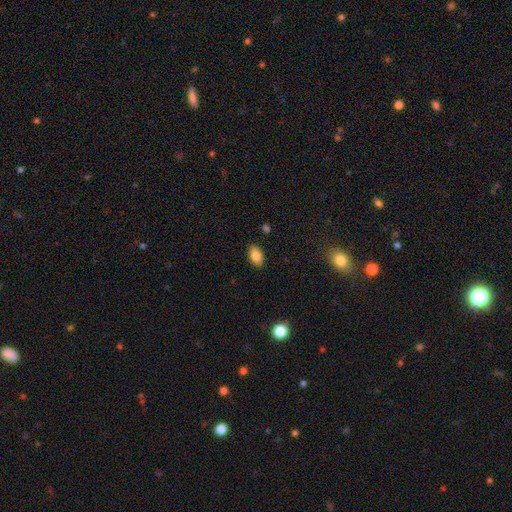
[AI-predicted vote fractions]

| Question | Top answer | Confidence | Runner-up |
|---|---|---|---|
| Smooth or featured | smooth | 84% | star or artifact (8%) |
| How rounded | in between | 90% | round (8%) |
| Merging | none | 87% | minor disturbance (9%) |